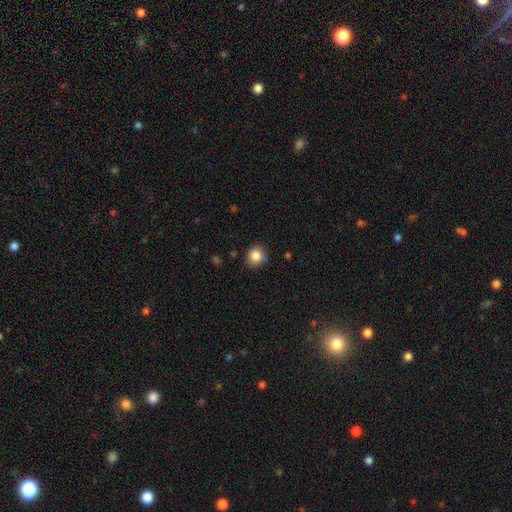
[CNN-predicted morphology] The model was most divided on "how rounded": round: 82%, in between: 17%, cigar-shaped: 1%. More confident: smooth or featured — smooth (85%); merging — none (82%).